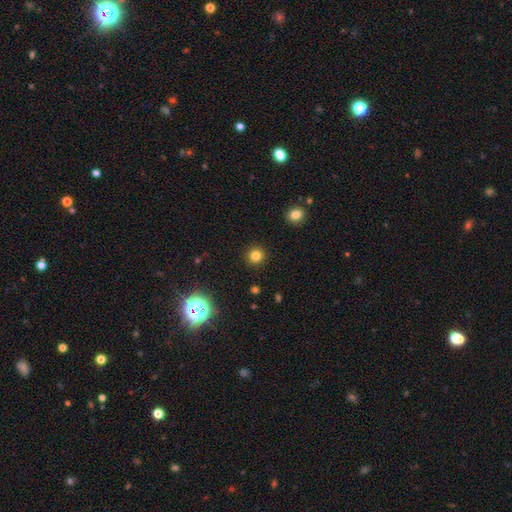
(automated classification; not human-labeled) smooth-or-featured: smooth: 80% | star or artifact: 15% | featured or disk: 5%
  how-rounded: round: 94% | in between: 5% | cigar-shaped: 1%
  merging: none: 92% | minor disturbance: 5% | major disturbance: 2% | merger: 1%